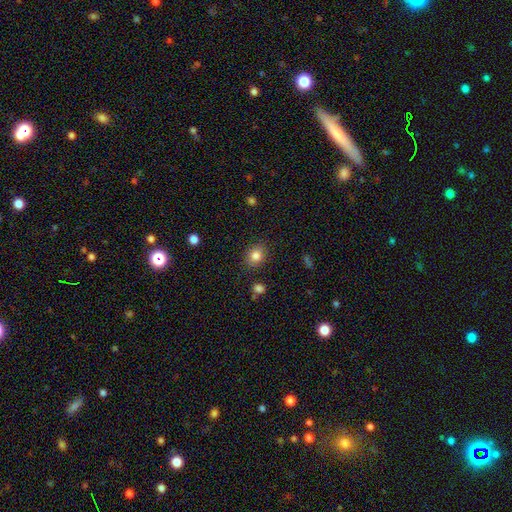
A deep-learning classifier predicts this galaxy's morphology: A smooth galaxy with no disk features (83%) that is round (55%).

Vote fractions:
- Smooth or featured? smooth: 83% / star or artifact: 11% / featured or disk: 7%
- How rounded? round: 55% / in between: 44% / cigar-shaped: 1%
- Merging? none: 85% / minor disturbance: 10% / major disturbance: 3% / merger: 2%